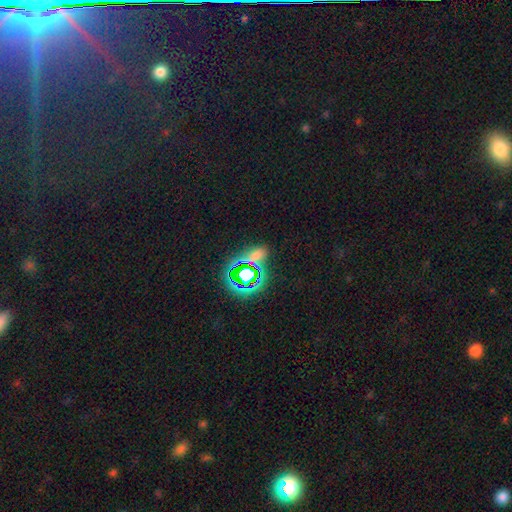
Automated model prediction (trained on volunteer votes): Q: Smooth or featured?
A: star or artifact (52%); runner-up: smooth (39%)